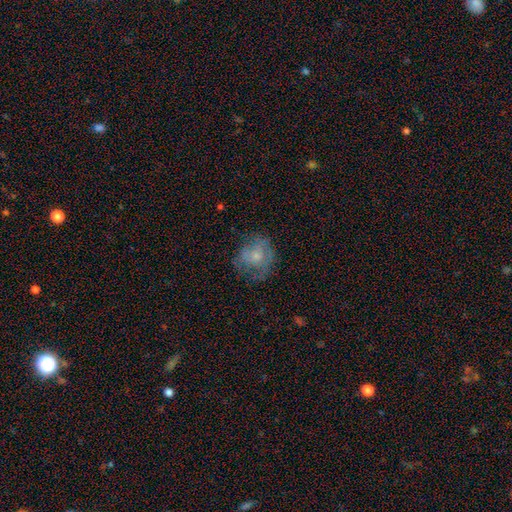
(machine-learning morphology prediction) The model was most divided on "smooth or featured": smooth: 55%, featured or disk: 35%, star or artifact: 10%. More confident: how rounded — round (69%); merging — none (50%).